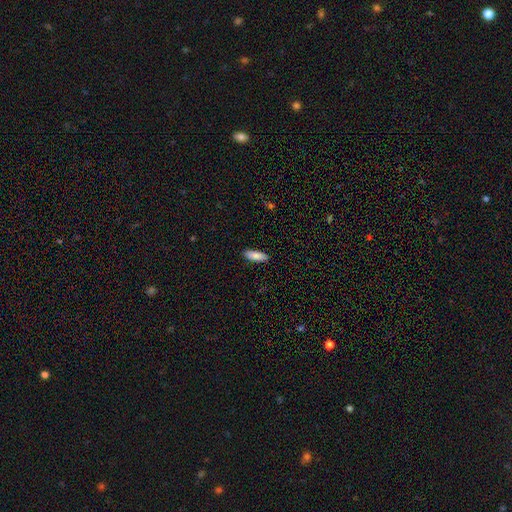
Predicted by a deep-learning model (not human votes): smooth 86%, featured or disk 8%, star or artifact 6%. Down the decision tree: how rounded — in between (65%); merging — none (89%).